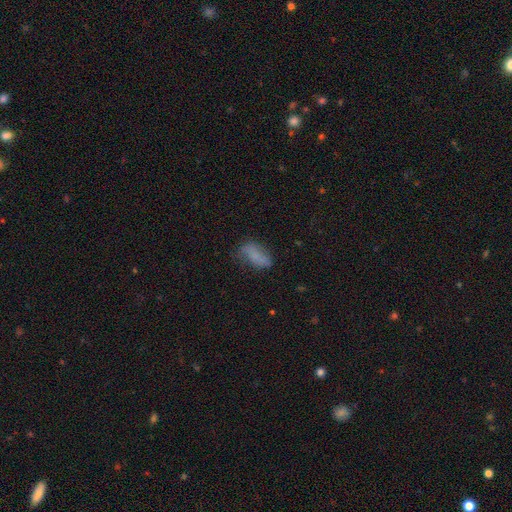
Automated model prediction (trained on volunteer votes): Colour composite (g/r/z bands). It shows a smooth galaxy with no disk features (70%) that is in between round and cigar-shaped (87%). Merging: none (53%).